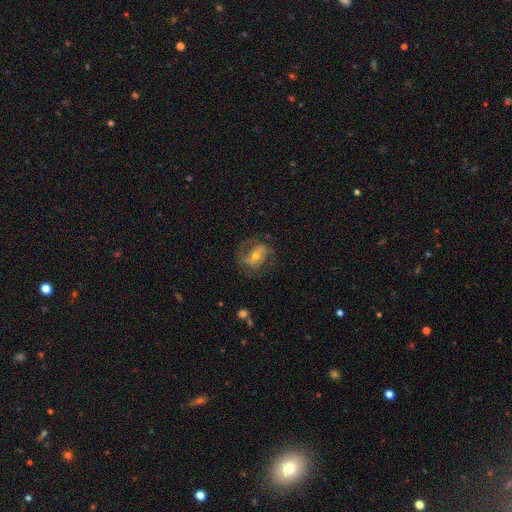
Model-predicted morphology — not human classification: smooth-or-featured: featured or disk: 71% | smooth: 21% | star or artifact: 7%
  disk-edge-on: no: 96% | yes: 4%
    bar: weak: 40% | strong: 32% | no: 27%
    has-spiral-arms: yes: 81% | no: 19%
      spiral-winding: medium: 47% | tight: 27% | loose: 26%
      spiral-arm-count: 2: 72% | can't tell: 14% | 1: 8% | 3: 4% | 4: 1% | more than 4: 1%
    bulge-size: moderate: 63% | small: 31% | large: 4% | none: 1% | dominant: 1%
  merging: none: 64% | minor disturbance: 19% | major disturbance: 15% | merger: 1%